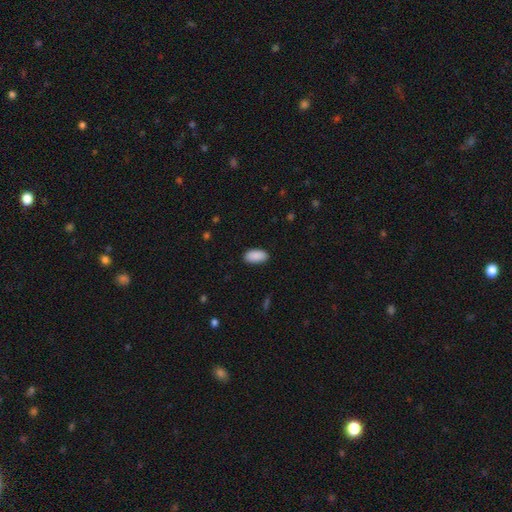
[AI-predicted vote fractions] Smooth or featured: smooth — 91% (star or artifact — 6%)
How rounded: in between — 94% (cigar-shaped — 4%)
Merging: none — 89% (minor disturbance — 8%)